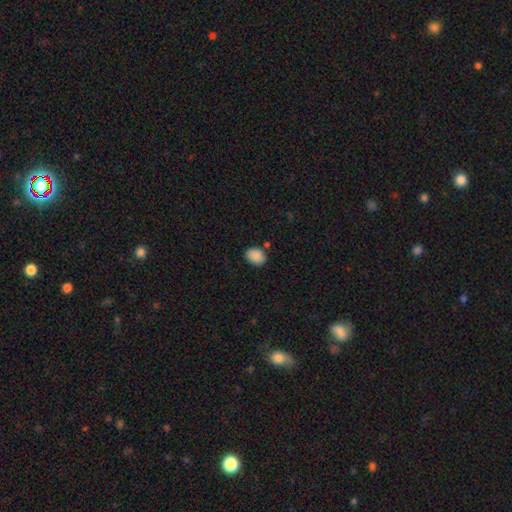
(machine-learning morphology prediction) A smooth galaxy with no disk features (88%) that is in between round and cigar-shaped (59%).

Vote fractions:
- Smooth or featured? smooth: 88% / star or artifact: 8% / featured or disk: 4%
- How rounded? in between: 59% / round: 40% / cigar-shaped: 1%
- Merging? none: 76% / minor disturbance: 15% / merger: 6% / major disturbance: 4%